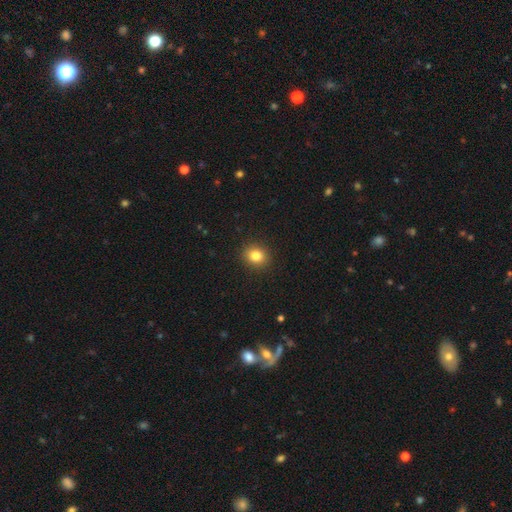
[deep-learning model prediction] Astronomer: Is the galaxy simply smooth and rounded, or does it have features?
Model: smooth — 82%.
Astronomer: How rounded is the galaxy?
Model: round — 79%.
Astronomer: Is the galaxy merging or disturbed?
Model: none — 92%.